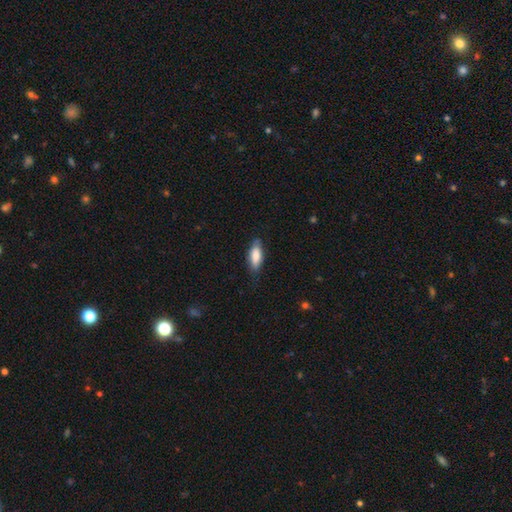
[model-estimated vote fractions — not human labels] The model was most divided on "how rounded": in between: 70%, cigar-shaped: 28%, round: 2%. More confident: smooth or featured — smooth (80%); merging — none (78%).